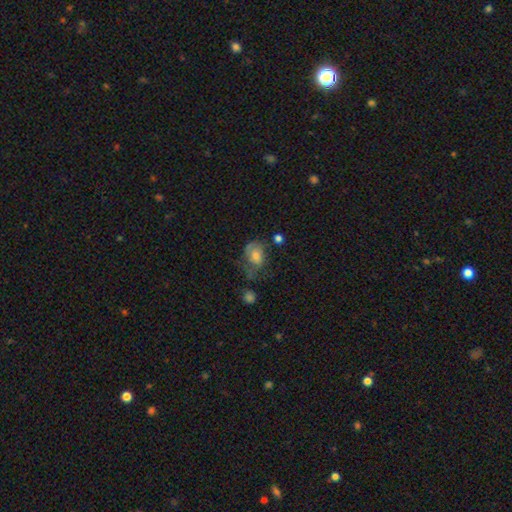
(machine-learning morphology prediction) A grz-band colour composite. It shows a smooth galaxy with no disk features (58%) that is in between round and cigar-shaped (65%). Merging: none (37%).